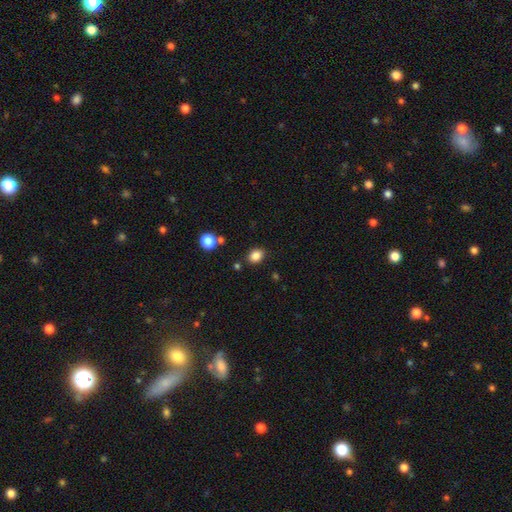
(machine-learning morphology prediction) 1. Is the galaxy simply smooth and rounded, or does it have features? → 84% smooth, 11% star or artifact, 5% featured or disk.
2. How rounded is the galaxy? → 58% in between, 41% round, 1% cigar-shaped.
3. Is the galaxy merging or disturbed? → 84% none, 9% minor disturbance, 4% merger, 3% major disturbance.